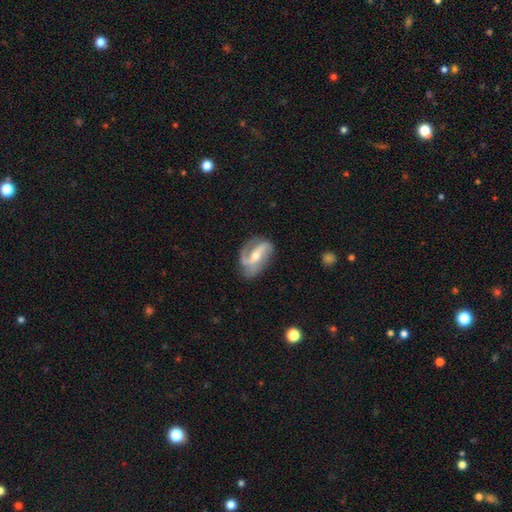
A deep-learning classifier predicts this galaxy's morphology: Smooth or featured: featured or disk — 84% (smooth — 11%)
Edge-on disk: no — 95% (yes — 5%)
Bar: strong — 41% (weak — 35%)
Spiral arms: yes — 93% (no — 7%)
Spiral winding: medium — 41% (loose — 40%)
Spiral arm count: 2 — 73% (1 — 9%)
Bulge size: moderate — 53% (small — 43%)
Merging: none — 67% (minor disturbance — 21%)